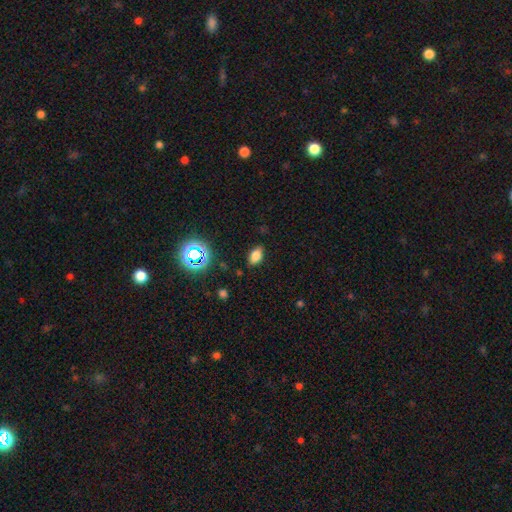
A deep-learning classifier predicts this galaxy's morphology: smooth-or-featured: smooth: 75% | star or artifact: 16% | featured or disk: 9%
  how-rounded: in between: 88% | round: 10% | cigar-shaped: 3%
  merging: none: 83% | minor disturbance: 12% | major disturbance: 3% | merger: 1%